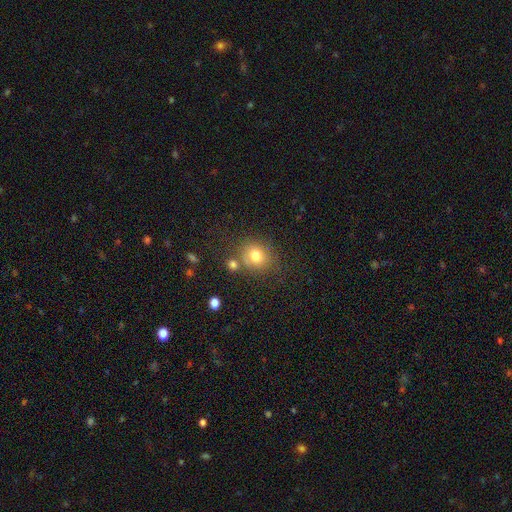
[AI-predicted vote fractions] Smooth or featured?
  - smooth: 77% *
  - star or artifact: 12%
  - featured or disk: 11%
How rounded?
  - round: 72% *
  - in between: 27%
  - cigar-shaped: 1%
Merging?
  - none: 68% *
  - minor disturbance: 14%
  - merger: 13%
  - major disturbance: 5%